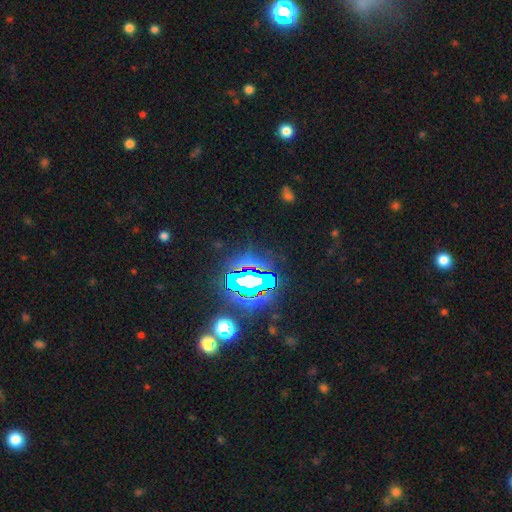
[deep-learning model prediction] Morphology: type=star or artifact (83%).